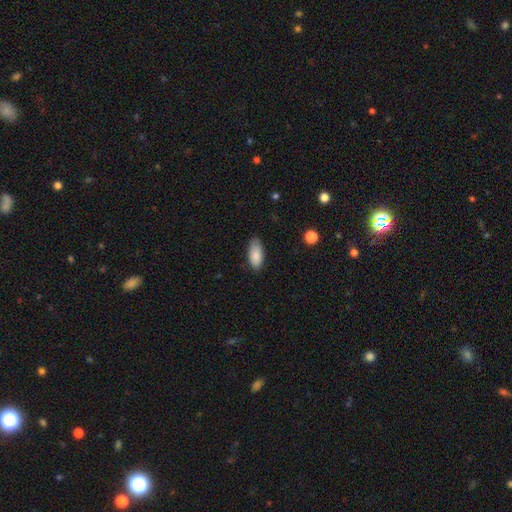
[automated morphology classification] Smooth or featured? Predicted: smooth (p=0.88). How rounded? Predicted: in between (p=0.89). Merging? Predicted: none (p=0.78).